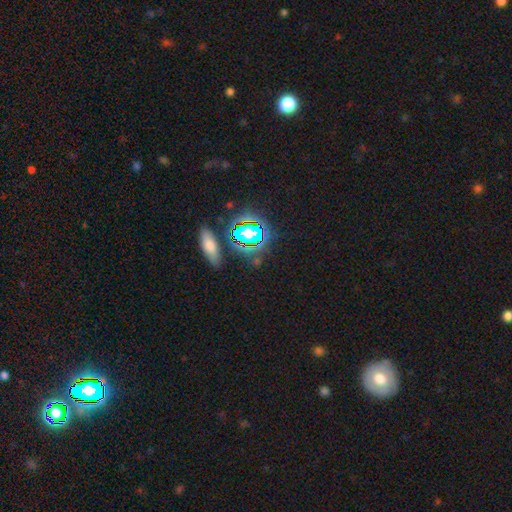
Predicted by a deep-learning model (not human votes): A star or artifact, not a galaxy (68%).

Vote fractions:
- Smooth or featured? star or artifact: 68% / smooth: 19% / featured or disk: 13%